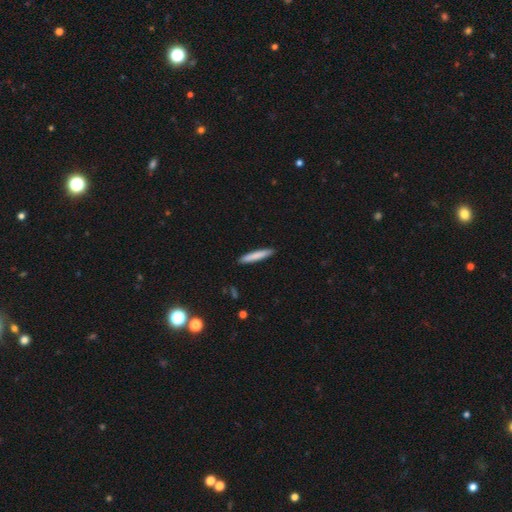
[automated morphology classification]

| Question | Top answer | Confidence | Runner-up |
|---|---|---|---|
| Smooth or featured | smooth | 81% | featured or disk (14%) |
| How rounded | cigar-shaped | 94% | in between (5%) |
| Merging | none | 91% | minor disturbance (6%) |